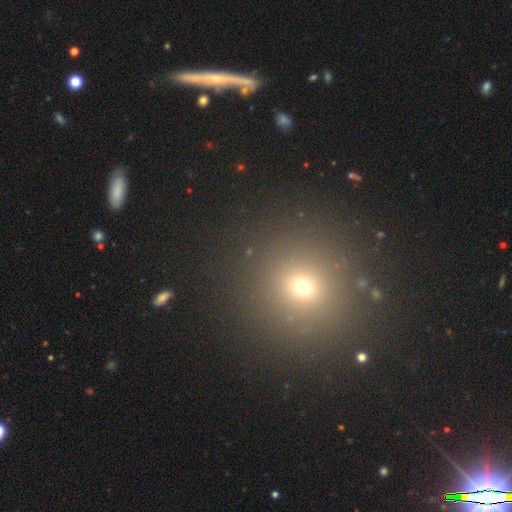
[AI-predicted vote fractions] smooth_or_featured: smooth (p=0.58) [alt: star or artifact p=0.32]
how_rounded: round (p=0.93) [alt: in between p=0.06]
merging: none (p=0.90) [alt: minor disturbance p=0.05]